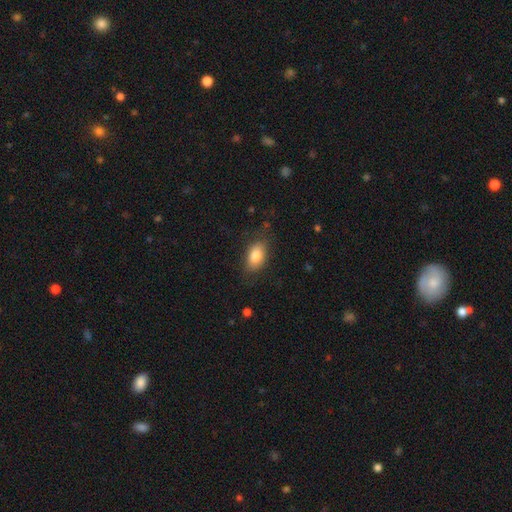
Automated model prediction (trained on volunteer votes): This is clearly a smooth galaxy (82%). How rounded: clearly in between (89%). Merging: likely none (77%).